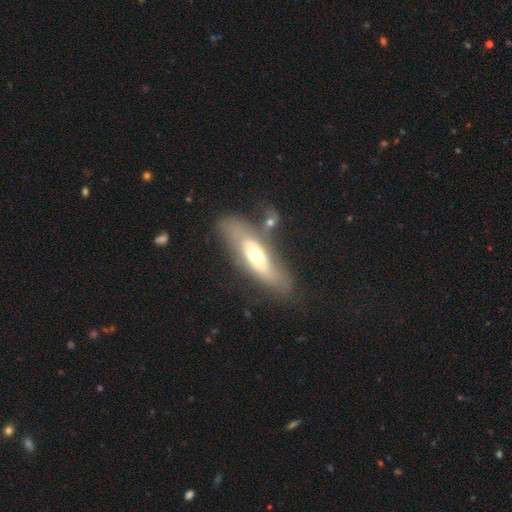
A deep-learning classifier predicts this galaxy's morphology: Q: Smooth or featured?
A: featured or disk (48%); runner-up: smooth (45%)
Q: Merging?
A: none (48%); runner-up: minor disturbance (21%)